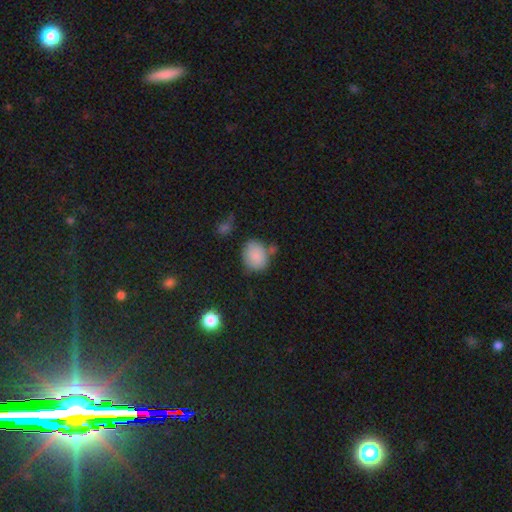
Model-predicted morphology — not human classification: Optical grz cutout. It shows a smooth galaxy with no disk features (82%) that is round (58%). Merging: none (60%).